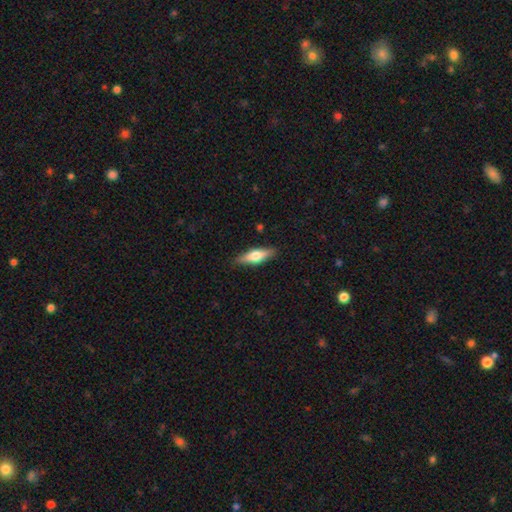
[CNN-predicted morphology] This is possibly a smooth galaxy (54%). How rounded: possibly cigar-shaped (50%). Merging: clearly none (88%).